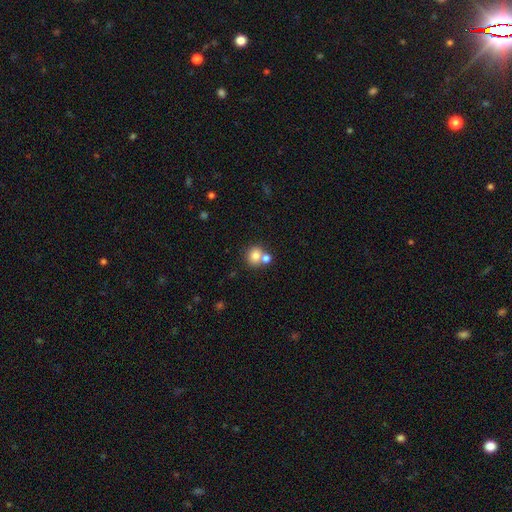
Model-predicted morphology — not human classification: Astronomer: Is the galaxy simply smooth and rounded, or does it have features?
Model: smooth — 79%.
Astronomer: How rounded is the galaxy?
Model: round — 81%.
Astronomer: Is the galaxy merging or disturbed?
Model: none — 53% (runner-up: merger, 36%).